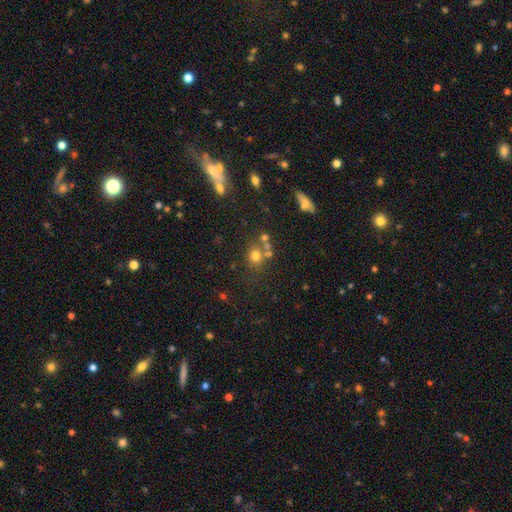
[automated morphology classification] This appears to be a smooth galaxy with no disk features (67%) that is round (79%). Merging: none (58%).